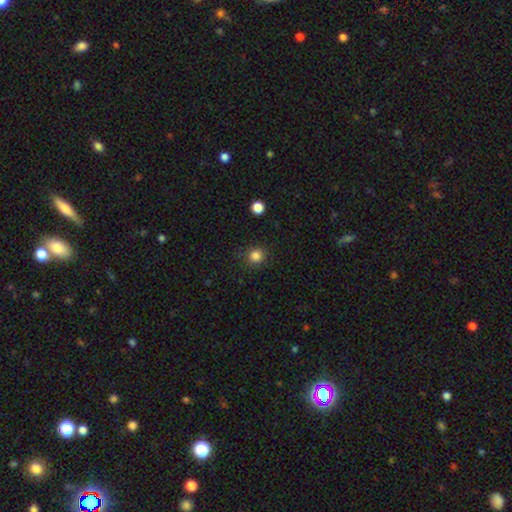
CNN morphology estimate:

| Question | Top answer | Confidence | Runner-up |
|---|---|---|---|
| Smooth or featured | smooth | 84% | star or artifact (12%) |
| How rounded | round | 91% | in between (9%) |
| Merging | none | 88% | minor disturbance (8%) |